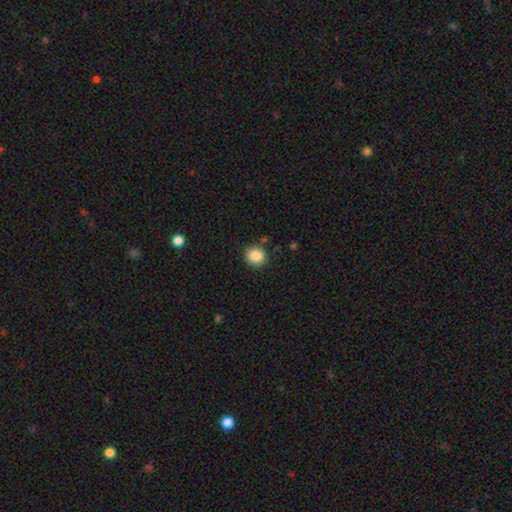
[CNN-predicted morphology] smooth 86%, star or artifact 9%, featured or disk 4%. Down the decision tree: how rounded — round (78%); merging — none (85%).